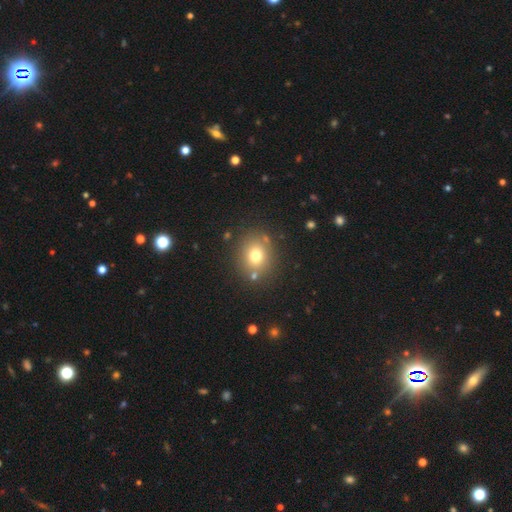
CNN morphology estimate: smooth-or-featured: smooth: 73% | star or artifact: 14% | featured or disk: 13%
  how-rounded: round: 71% | in between: 28% | cigar-shaped: 1%
  merging: none: 81% | minor disturbance: 10% | merger: 6% | major disturbance: 4%